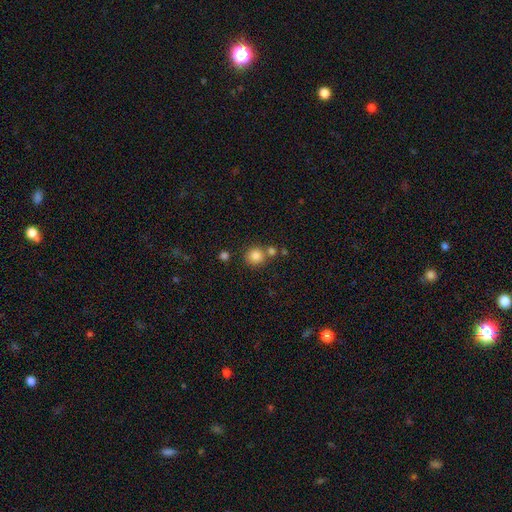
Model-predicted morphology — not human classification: type=smooth (84%); roundness=round (92%); merging=none (70%).